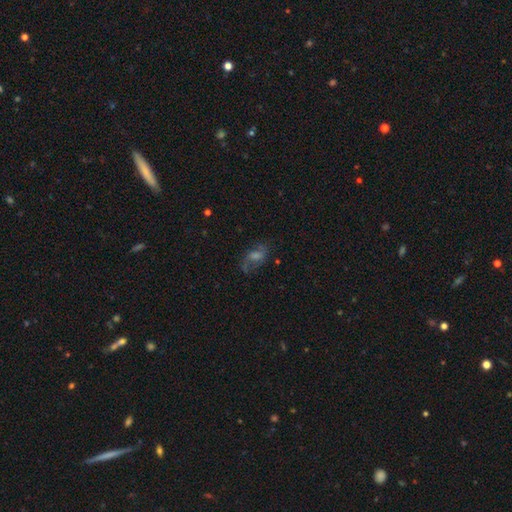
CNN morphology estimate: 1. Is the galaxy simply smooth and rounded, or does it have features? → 55% featured or disk, 24% smooth, 20% star or artifact.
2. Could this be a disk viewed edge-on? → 93% no, 7% yes.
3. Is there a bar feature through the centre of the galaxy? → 45% no, 43% weak, 12% strong.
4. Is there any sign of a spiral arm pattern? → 83% yes, 17% no.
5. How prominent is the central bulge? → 41% moderate, 28% small, 14% large, 14% none, 2% dominant.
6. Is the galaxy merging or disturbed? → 68% none, 17% minor disturbance, 12% major disturbance, 2% merger.